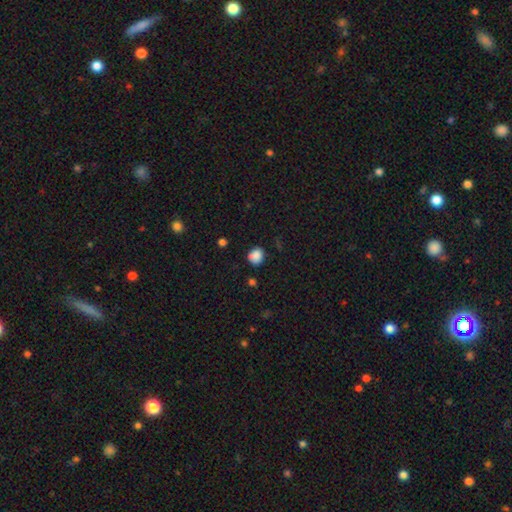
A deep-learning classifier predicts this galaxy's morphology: A smooth galaxy with no disk features (85%) that is round (69%).

Vote fractions:
- Smooth or featured? smooth: 85% / star or artifact: 10% / featured or disk: 5%
- How rounded? round: 69% / in between: 30% / cigar-shaped: 1%
- Merging? none: 72% / minor disturbance: 21% / major disturbance: 4% / merger: 3%